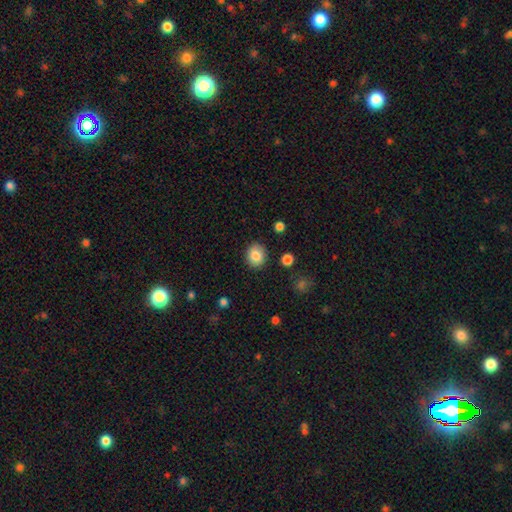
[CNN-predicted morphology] Overall: smooth (84%). How rounded: round (74%). Merging: none (87%).